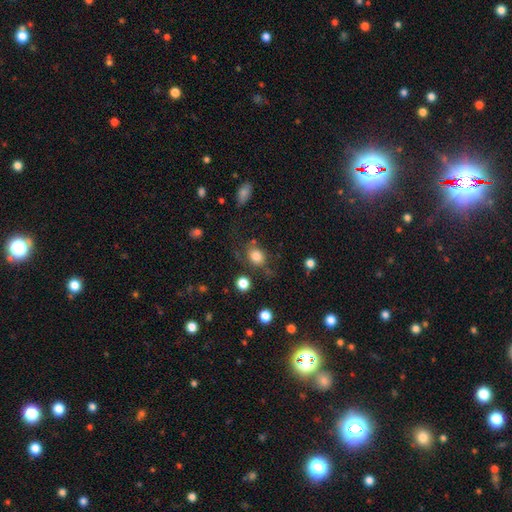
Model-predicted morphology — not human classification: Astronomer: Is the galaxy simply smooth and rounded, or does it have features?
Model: smooth — 79%.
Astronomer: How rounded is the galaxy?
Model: round — 55% (runner-up: in between, 44%).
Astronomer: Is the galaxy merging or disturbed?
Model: none — 64%.